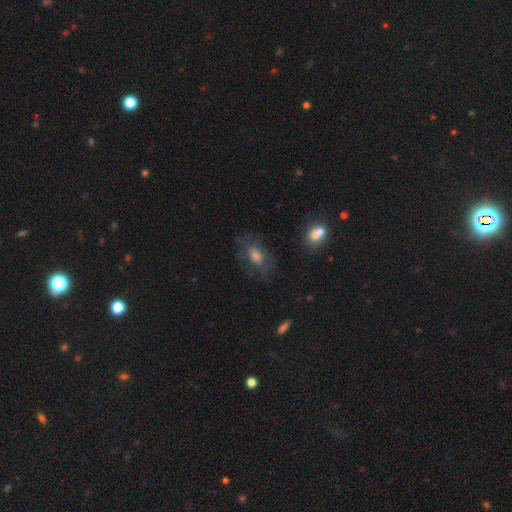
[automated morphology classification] Smooth or featured? smooth (45%)
Merging? none (65%)